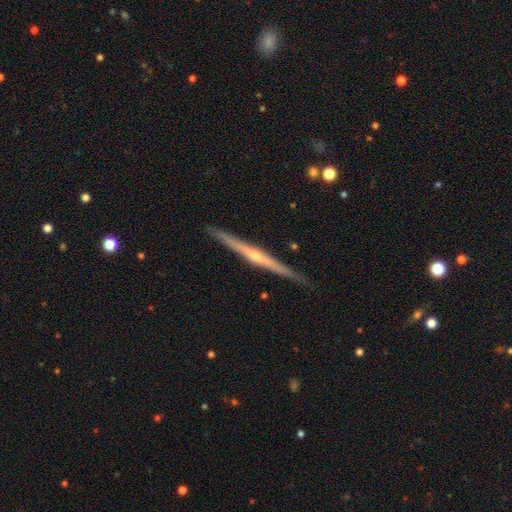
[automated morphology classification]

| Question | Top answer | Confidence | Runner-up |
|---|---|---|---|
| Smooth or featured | featured or disk | 78% | smooth (17%) |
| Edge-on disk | yes | 98% | no (2%) |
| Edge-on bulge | rounded | 68% | none (27%) |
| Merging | none | 90% | minor disturbance (8%) |